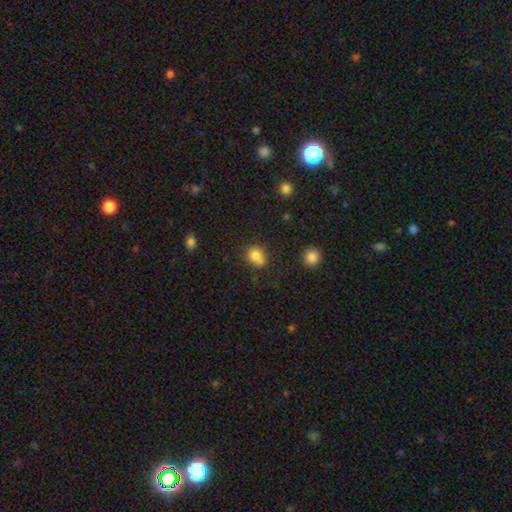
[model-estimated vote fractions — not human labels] Smooth or featured? smooth (78%)
How rounded? round (74%)
Merging? none (49%)